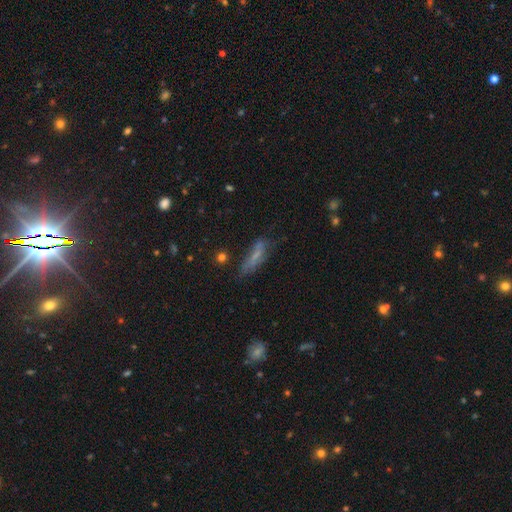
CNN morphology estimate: Smooth or featured?
  - smooth: 55% *
  - featured or disk: 31%
  - star or artifact: 14%
How rounded?
  - cigar-shaped: 68% *
  - in between: 29%
  - round: 3%
Merging?
  - none: 53% *
  - minor disturbance: 26%
  - major disturbance: 16%
  - merger: 5%